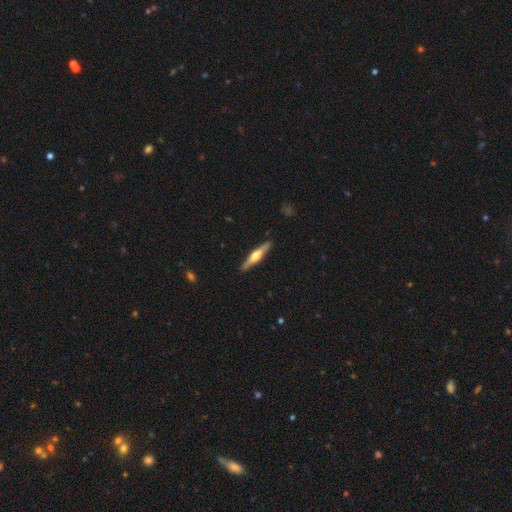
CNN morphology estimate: smooth-or-featured: featured or disk: 68% | smooth: 27% | star or artifact: 5%
  disk-edge-on: yes: 97% | no: 3%
    edge-on-bulge: rounded: 92% | boxy: 5% | none: 3%
  merging: none: 91% | minor disturbance: 7% | major disturbance: 1% | merger: 1%